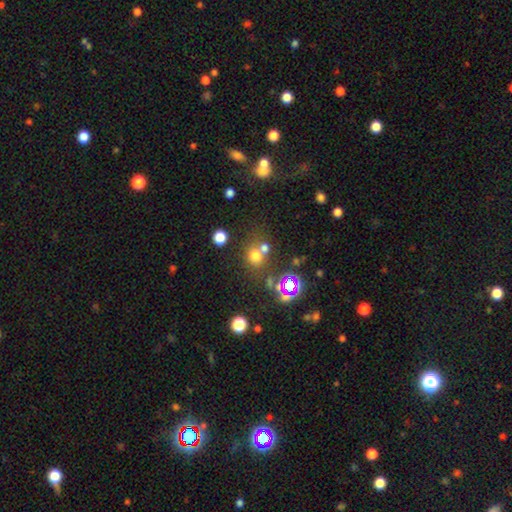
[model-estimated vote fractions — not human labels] smooth 64%, star or artifact 26%, featured or disk 10%. Down the decision tree: how rounded — round (78%); merging — none (56%).